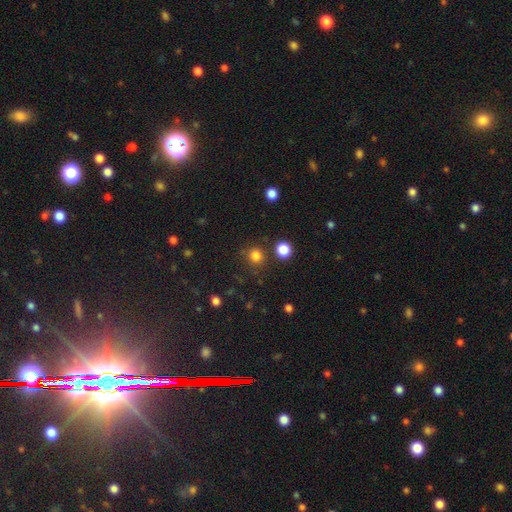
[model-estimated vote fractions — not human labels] Overall: smooth (81%). How rounded: round (89%). Merging: none (83%).